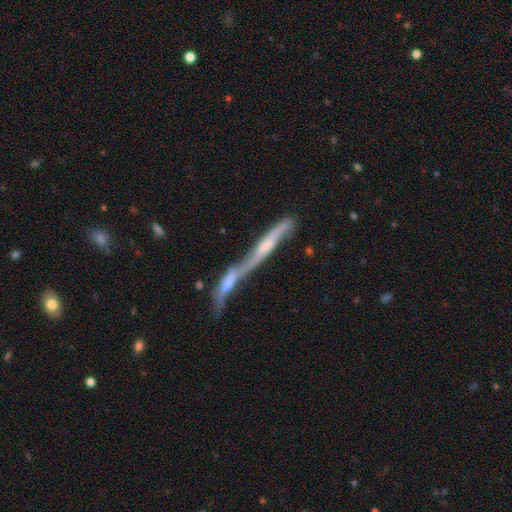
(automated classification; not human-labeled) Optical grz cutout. It shows a featured or disk galaxy (58%) viewed edge-on (85%). Merging: none (56%).